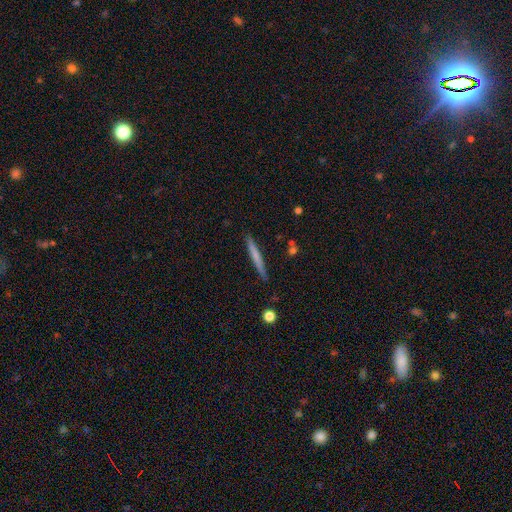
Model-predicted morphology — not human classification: Smooth or featured? smooth (60%)
How rounded? cigar-shaped (96%)
Merging? none (88%)